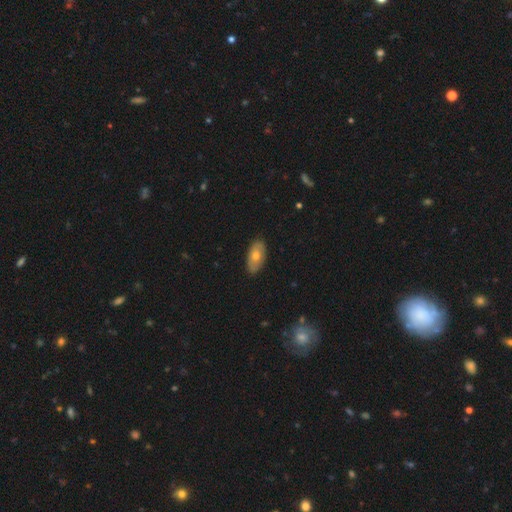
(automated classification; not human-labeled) Smooth or featured: smooth — 61% (featured or disk — 32%)
How rounded: in between — 89% (cigar-shaped — 7%)
Merging: none — 86% (minor disturbance — 11%)